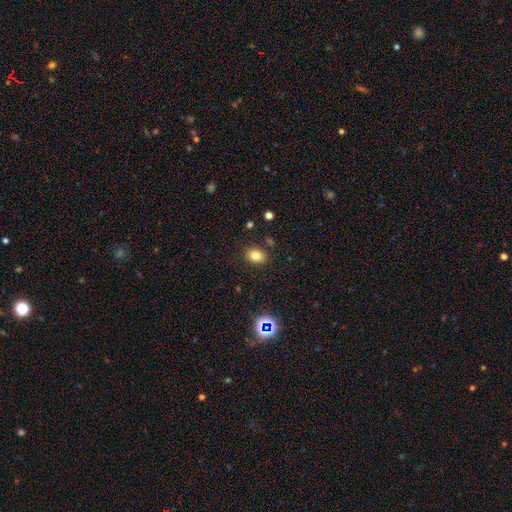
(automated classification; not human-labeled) Morphology: type=smooth (79%); roundness=in between (67%); merging=none (85%).